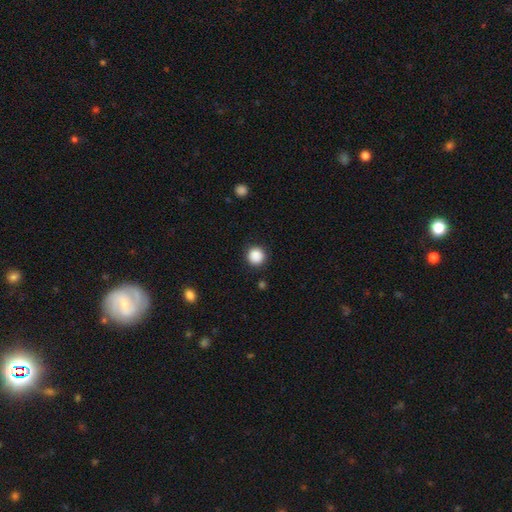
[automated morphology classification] A smooth galaxy with no disk features (88%) that is round (95%).

Vote fractions:
- Smooth or featured? smooth: 88% / star or artifact: 9% / featured or disk: 2%
- How rounded? round: 95% / in between: 4% / cigar-shaped: 1%
- Merging? none: 91% / minor disturbance: 6% / major disturbance: 2% / merger: 1%